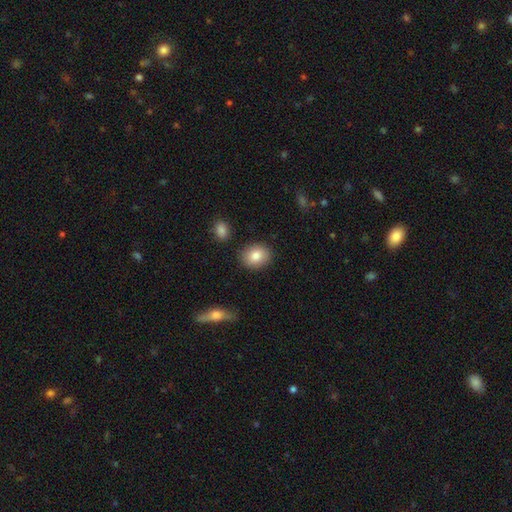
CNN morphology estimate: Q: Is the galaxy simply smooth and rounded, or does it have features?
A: smooth — 83%.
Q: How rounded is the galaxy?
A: round — 56%.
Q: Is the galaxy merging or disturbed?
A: none — 87%.